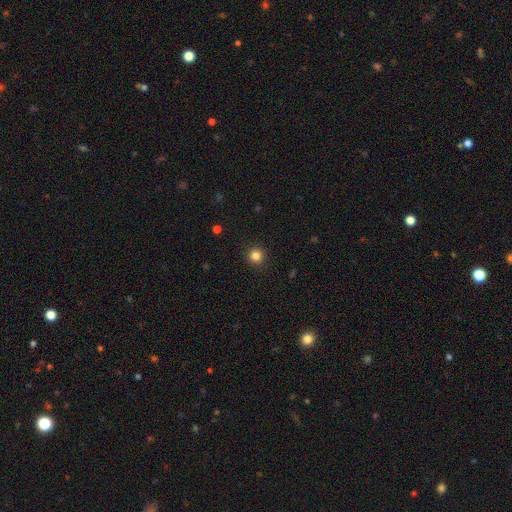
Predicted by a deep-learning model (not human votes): A smooth galaxy with no disk features (83%) that is round (95%).

Vote fractions:
- Smooth or featured? smooth: 83% / star or artifact: 12% / featured or disk: 4%
- How rounded? round: 95% / in between: 4% / cigar-shaped: 1%
- Merging? none: 93% / minor disturbance: 5% / major disturbance: 2% / merger: 1%